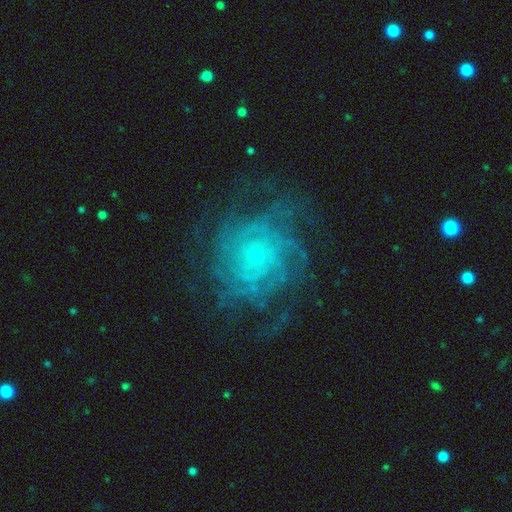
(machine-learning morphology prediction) type=featured or disk (81%); edge-on=no (97%); bar=no (81%); spiral arms=yes (92%); winding=tight (68%); arm count=can't tell (40%); bulge=small (78%); merging=none (72%).